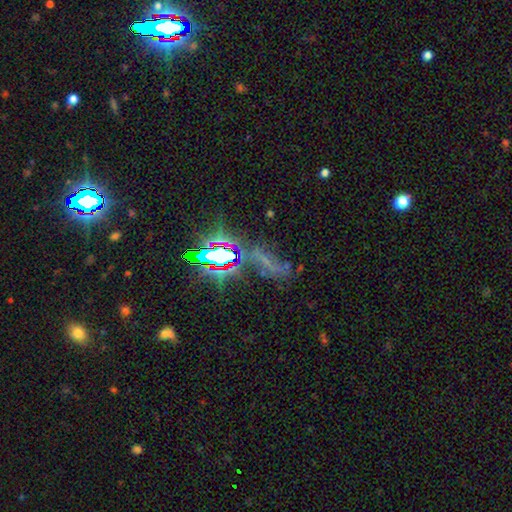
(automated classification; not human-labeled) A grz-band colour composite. It shows a star or artifact, not a galaxy (54%).